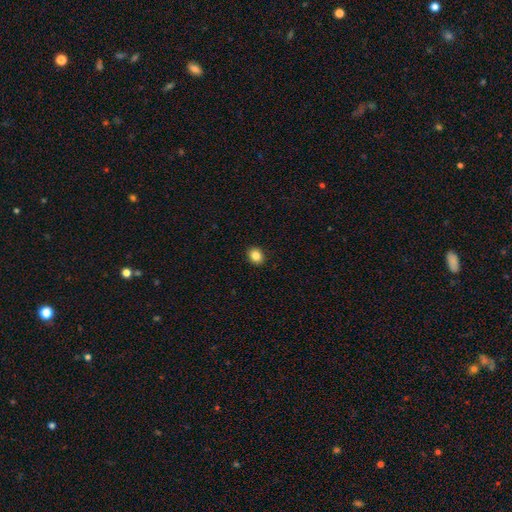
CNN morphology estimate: This is clearly a smooth galaxy (86%). How rounded: possibly round (59%). Merging: clearly none (92%).